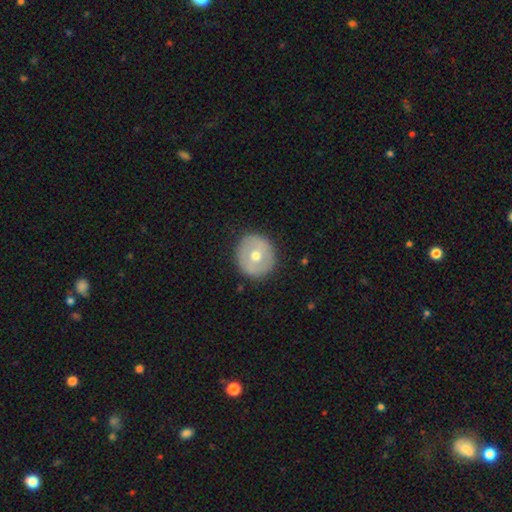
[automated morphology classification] smooth_or_featured: smooth (p=0.52) [alt: featured or disk p=0.41]
how_rounded: round (p=0.89) [alt: in between p=0.10]
merging: none (p=0.88) [alt: minor disturbance p=0.09]